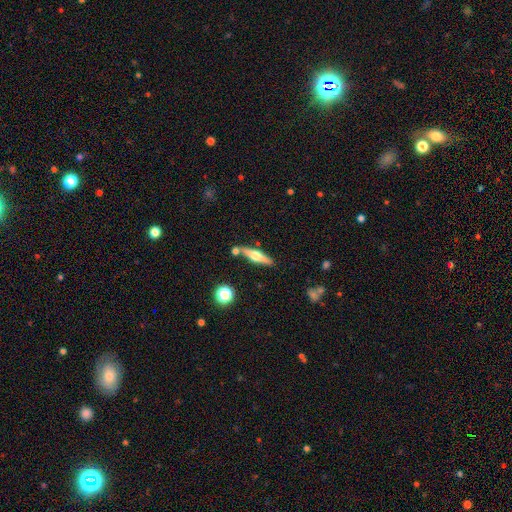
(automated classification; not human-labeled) featured or disk 60%, smooth 33%, star or artifact 7%. Down the decision tree: edge-on disk — yes (96%); edge-on bulge — rounded (93%); merging — none (79%).